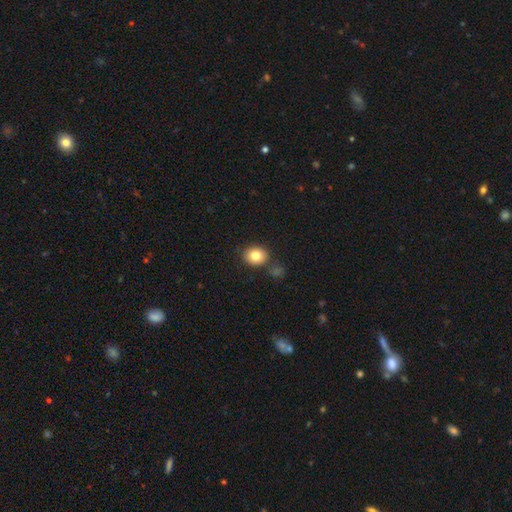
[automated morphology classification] Smooth or featured?
  - smooth: 82% *
  - star or artifact: 10%
  - featured or disk: 8%
How rounded?
  - round: 68% *
  - in between: 31%
  - cigar-shaped: 1%
Merging?
  - none: 79% *
  - minor disturbance: 10%
  - merger: 8%
  - major disturbance: 3%